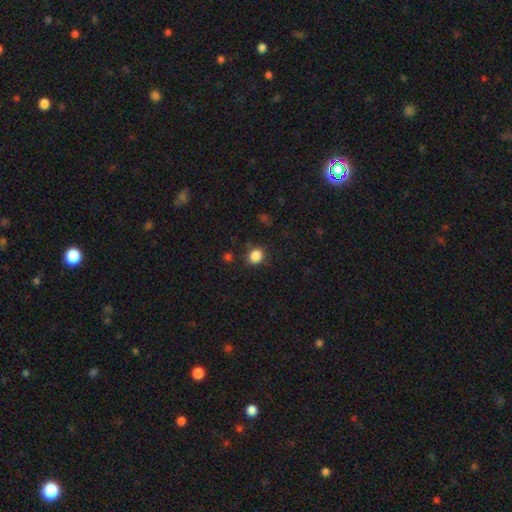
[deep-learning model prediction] Smooth or featured? Predicted: smooth (p=0.86). How rounded? Predicted: round (p=0.64). Merging? Predicted: none (p=0.84).